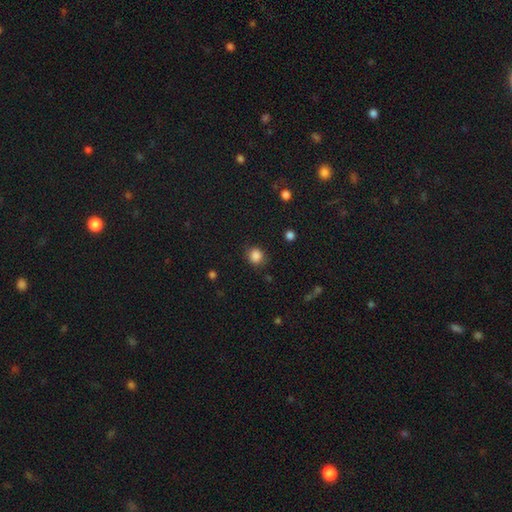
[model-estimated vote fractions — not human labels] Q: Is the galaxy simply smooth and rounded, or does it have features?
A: smooth — 85%.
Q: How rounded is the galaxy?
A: round — 82%.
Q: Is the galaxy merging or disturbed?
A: none — 81%.